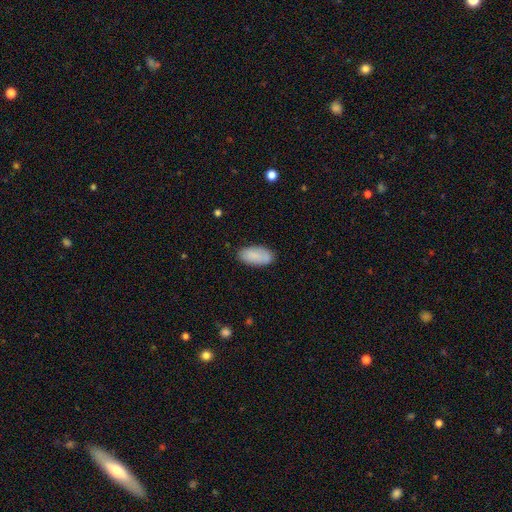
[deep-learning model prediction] The model was most divided on "merging": none: 80%, minor disturbance: 15%, major disturbance: 3%, merger: 2%. More confident: how rounded — in between (93%); smooth or featured — smooth (85%).